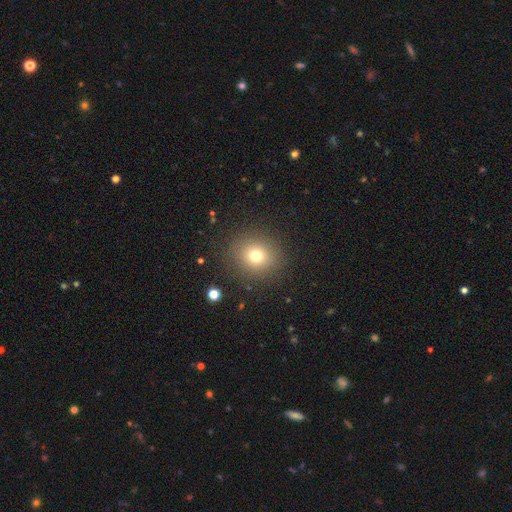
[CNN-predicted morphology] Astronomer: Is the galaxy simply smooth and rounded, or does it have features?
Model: smooth — 73%.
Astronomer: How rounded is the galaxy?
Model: round — 85%.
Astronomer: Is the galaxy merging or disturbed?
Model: none — 88%.